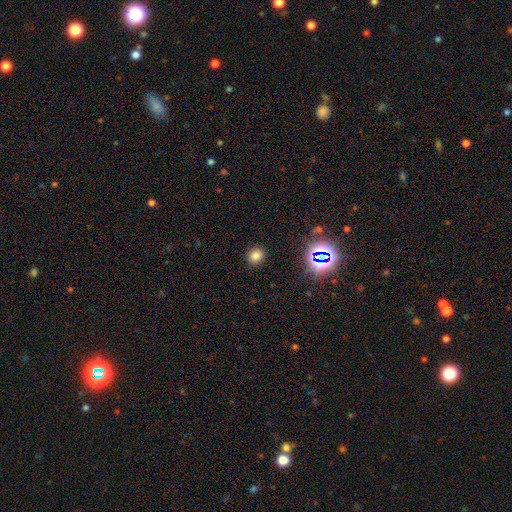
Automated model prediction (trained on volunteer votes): Smooth or featured? smooth (75%)
How rounded? round (81%)
Merging? none (89%)